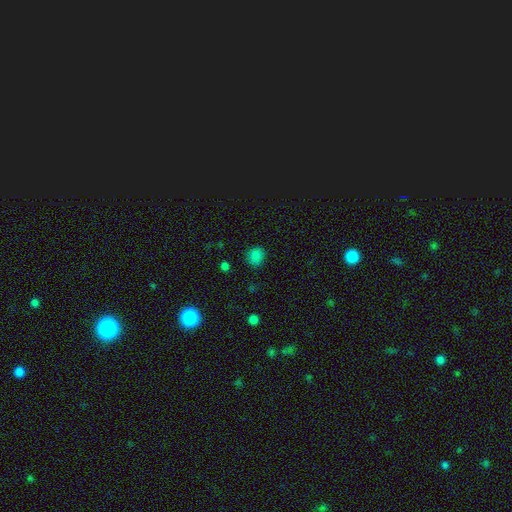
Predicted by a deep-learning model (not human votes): The model was most divided on "how rounded": round: 80%, in between: 19%, cigar-shaped: 1%. More confident: merging — none (85%); smooth or featured — smooth (81%).